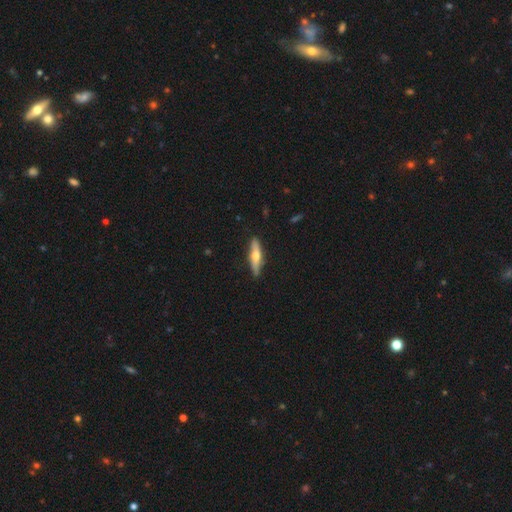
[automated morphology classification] Overall: featured or disk (50%; smooth 45%). Merging: none (85%).